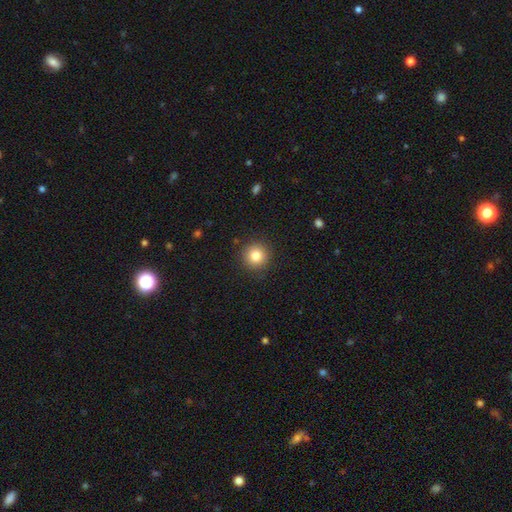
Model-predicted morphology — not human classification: smooth 81%, star or artifact 11%, featured or disk 8%. Down the decision tree: how rounded — round (95%); merging — none (90%).